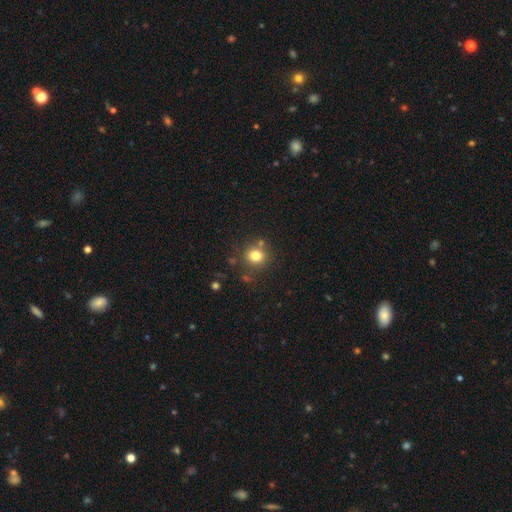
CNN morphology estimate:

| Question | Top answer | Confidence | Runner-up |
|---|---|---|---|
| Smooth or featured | smooth | 79% | star or artifact (13%) |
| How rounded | round | 81% | in between (18%) |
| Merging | none | 76% | minor disturbance (11%) |